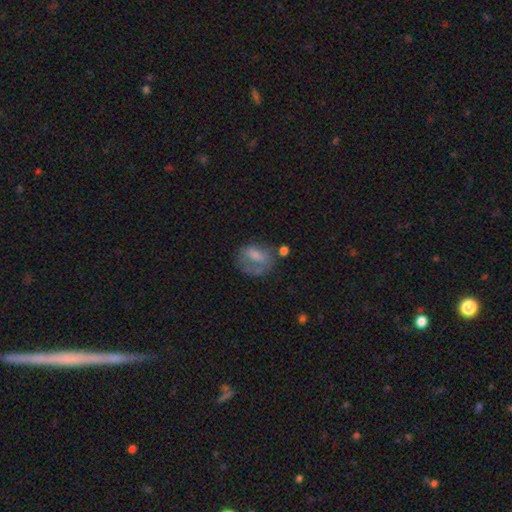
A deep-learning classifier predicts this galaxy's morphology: This is possibly a smooth galaxy (48%). Merging: marginally none (44%).